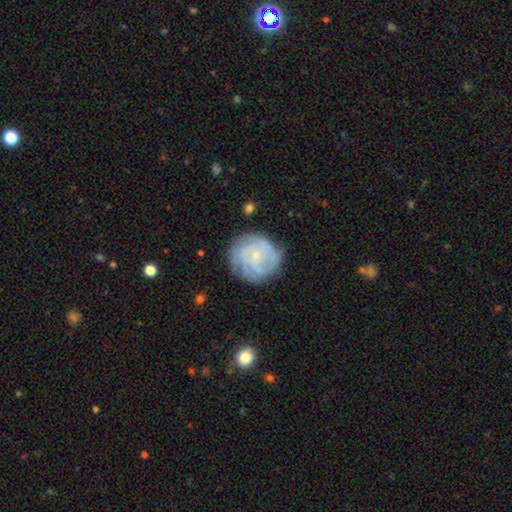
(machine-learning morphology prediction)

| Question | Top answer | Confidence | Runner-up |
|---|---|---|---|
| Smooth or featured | featured or disk | 74% | smooth (20%) |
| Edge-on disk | no | 98% | yes (2%) |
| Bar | no | 72% | weak (24%) |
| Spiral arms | yes | 90% | no (10%) |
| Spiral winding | tight | 66% | medium (27%) |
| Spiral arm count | can't tell | 35% | 3 (24%) |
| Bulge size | small | 79% | moderate (14%) |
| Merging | none | 74% | minor disturbance (18%) |